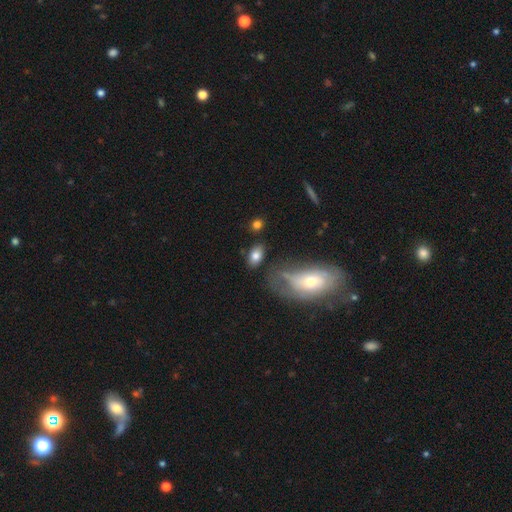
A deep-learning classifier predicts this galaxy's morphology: Overall: smooth (79%). How rounded: in between (89%). Merging: none (73%).